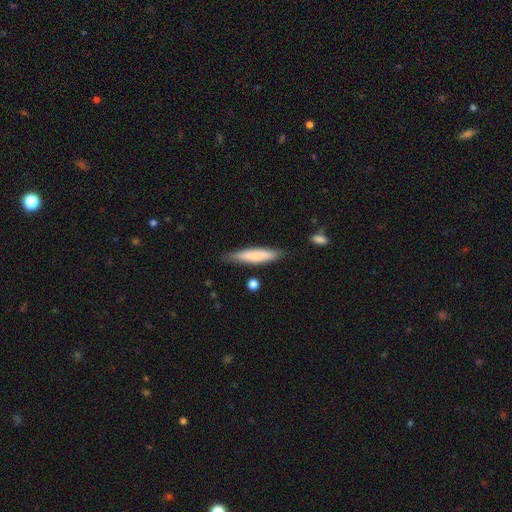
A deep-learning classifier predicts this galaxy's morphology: smooth_or_featured: smooth (p=0.71) [alt: featured or disk p=0.23]
how_rounded: cigar-shaped (p=0.83) [alt: in between p=0.16]
merging: none (p=0.78) [alt: minor disturbance p=0.16]